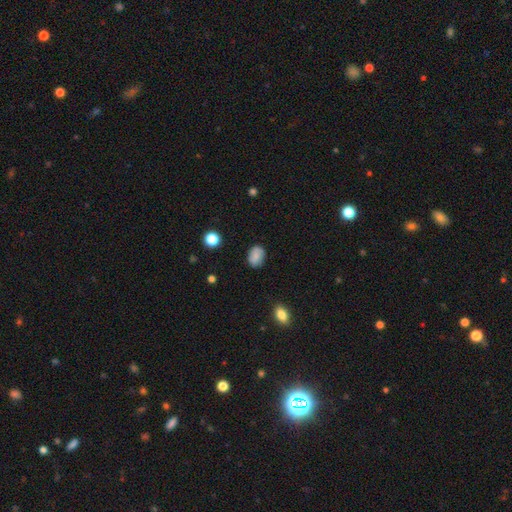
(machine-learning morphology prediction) Smooth or featured? smooth (81%)
How rounded? in between (71%)
Merging? none (83%)